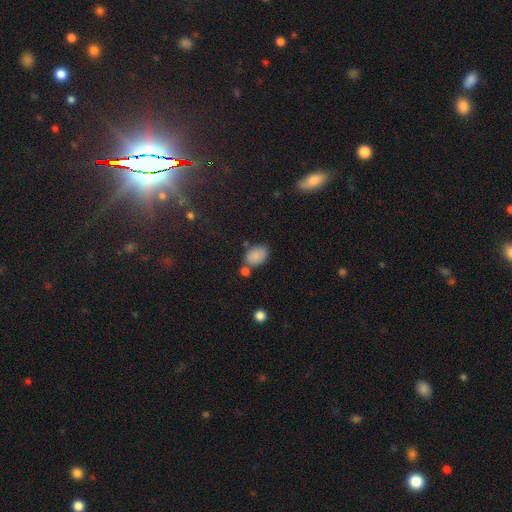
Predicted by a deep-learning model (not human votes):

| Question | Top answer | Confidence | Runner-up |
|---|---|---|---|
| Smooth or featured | smooth | 85% | star or artifact (10%) |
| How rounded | in between | 87% | round (12%) |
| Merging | none | 62% | minor disturbance (18%) |